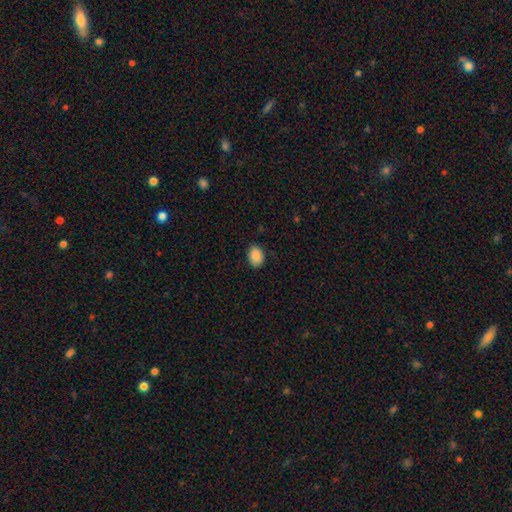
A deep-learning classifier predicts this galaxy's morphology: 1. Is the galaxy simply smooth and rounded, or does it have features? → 90% smooth, 8% star or artifact, 3% featured or disk.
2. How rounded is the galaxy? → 66% in between, 33% round, 1% cigar-shaped.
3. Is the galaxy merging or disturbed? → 86% none, 11% minor disturbance, 2% major disturbance, 1% merger.